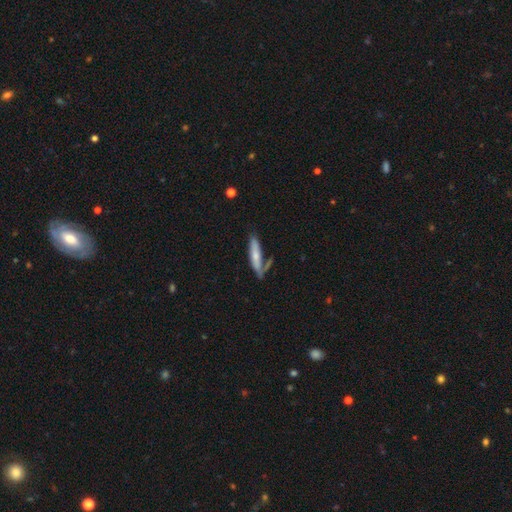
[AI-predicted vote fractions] Q: Smooth or featured?
A: smooth (60%); runner-up: featured or disk (34%)
Q: How rounded?
A: cigar-shaped (78%); runner-up: in between (21%)
Q: Merging?
A: none (54%); runner-up: merger (19%)